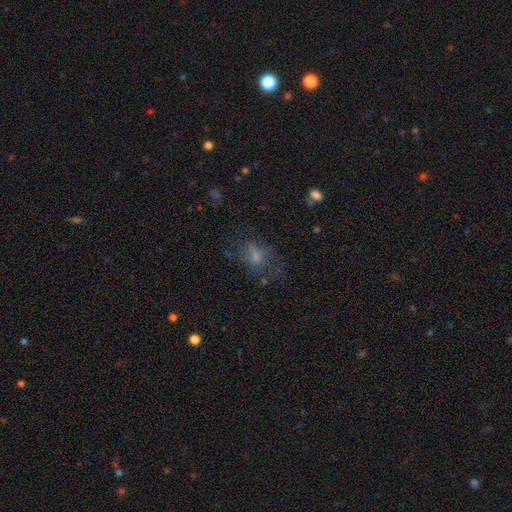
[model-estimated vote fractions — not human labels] A smooth galaxy with no disk features (47%). Merging: none (51%).